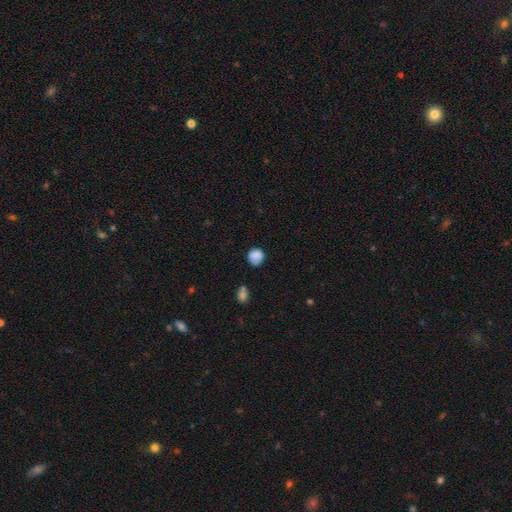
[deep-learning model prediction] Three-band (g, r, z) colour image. It shows a smooth galaxy with no disk features (81%) that is round (80%). Merging: none (60%).